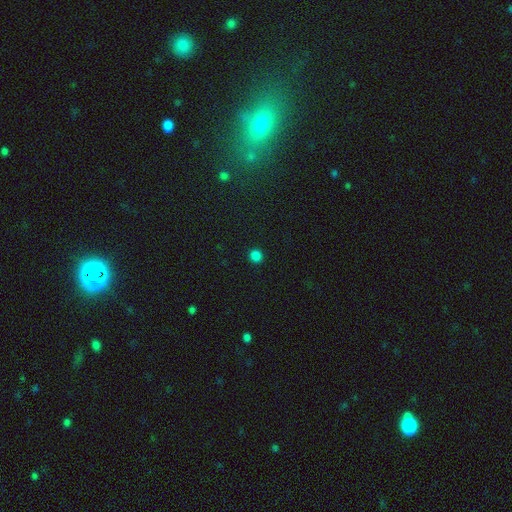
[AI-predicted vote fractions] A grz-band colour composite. It shows a smooth galaxy with no disk features (83%) that is round (93%). Merging: none (93%).